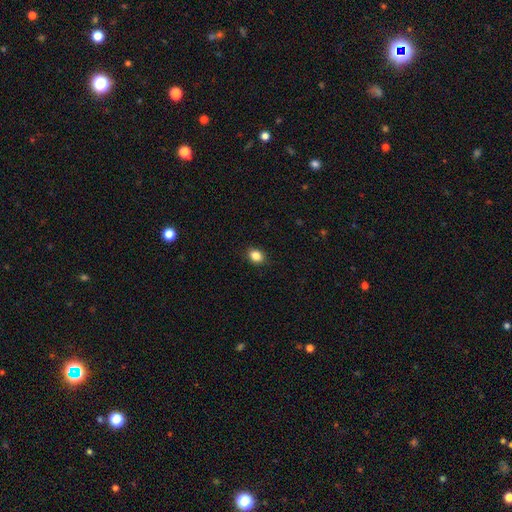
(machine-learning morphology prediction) Overall: smooth (86%). How rounded: in between (53%; round 46%). Merging: none (90%).